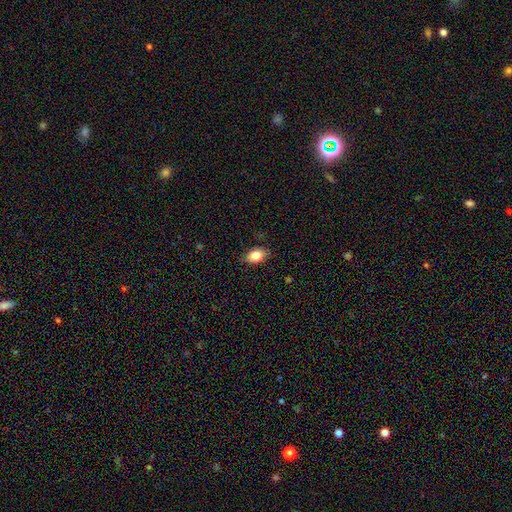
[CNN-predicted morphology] Smooth or featured? Predicted: smooth (p=0.84). How rounded? Predicted: in between (p=0.87). Merging? Predicted: none (p=0.85).